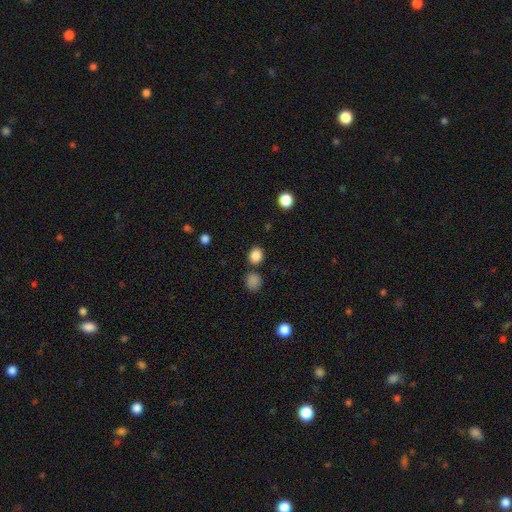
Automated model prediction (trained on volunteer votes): Q: Smooth or featured?
A: smooth (85%); runner-up: star or artifact (11%)
Q: How rounded?
A: round (64%); runner-up: in between (35%)
Q: Merging?
A: none (79%); runner-up: minor disturbance (9%)